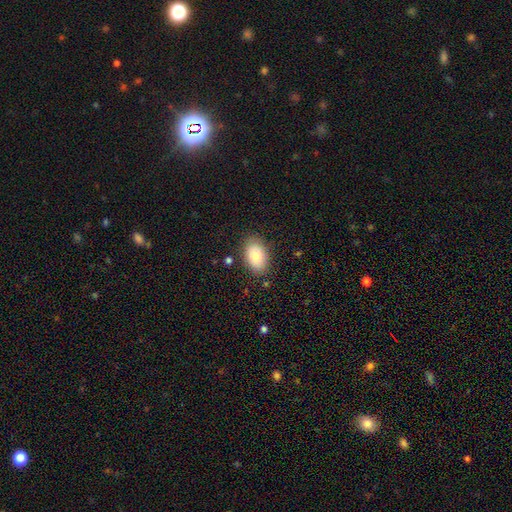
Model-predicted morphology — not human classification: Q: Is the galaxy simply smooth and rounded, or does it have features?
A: smooth — 81%.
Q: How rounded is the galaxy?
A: in between — 91%.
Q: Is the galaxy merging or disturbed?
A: none — 83%.